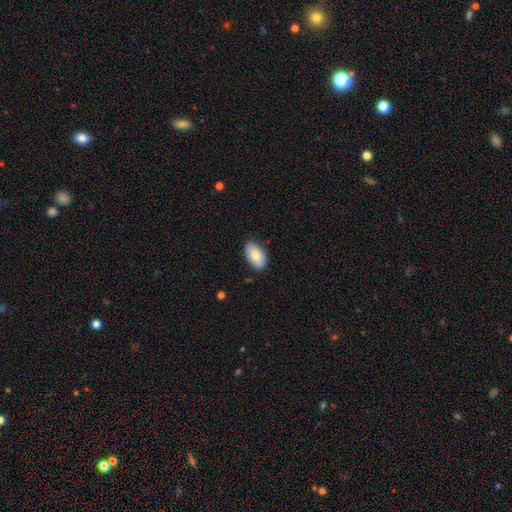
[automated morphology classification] Smooth or featured? smooth (82%)
How rounded? in between (95%)
Merging? none (85%)